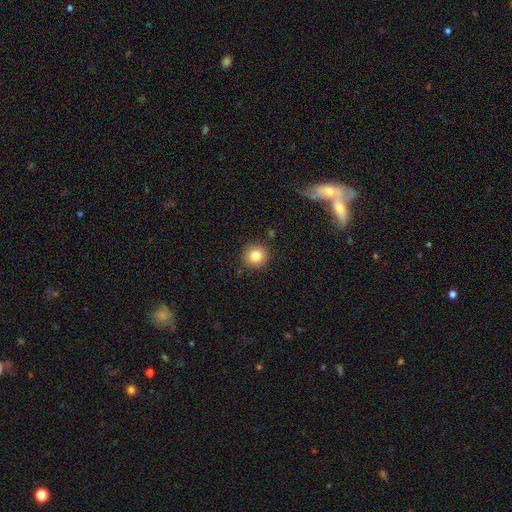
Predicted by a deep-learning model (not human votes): Smooth or featured? Predicted: smooth (p=0.83). How rounded? Predicted: round (p=0.94). Merging? Predicted: none (p=0.89).